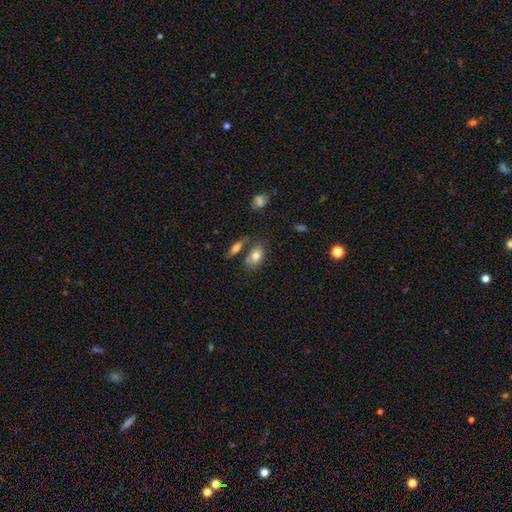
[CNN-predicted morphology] A smooth galaxy with no disk features (79%) that is in between round and cigar-shaped (89%). Merging: none (55%).